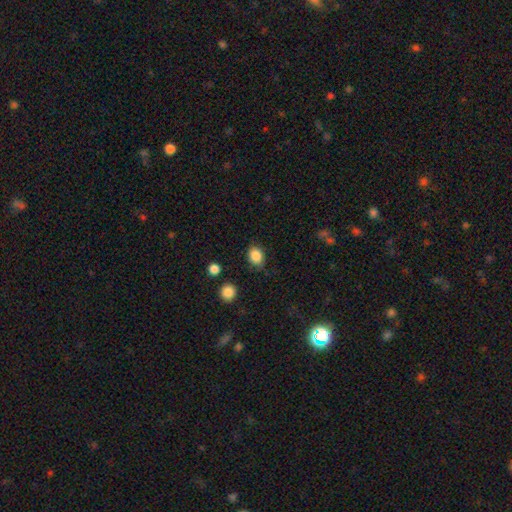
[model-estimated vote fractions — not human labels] The model was most divided on "how rounded": in between: 56%, round: 43%, cigar-shaped: 1%. More confident: smooth or featured — smooth (86%); merging — none (77%).